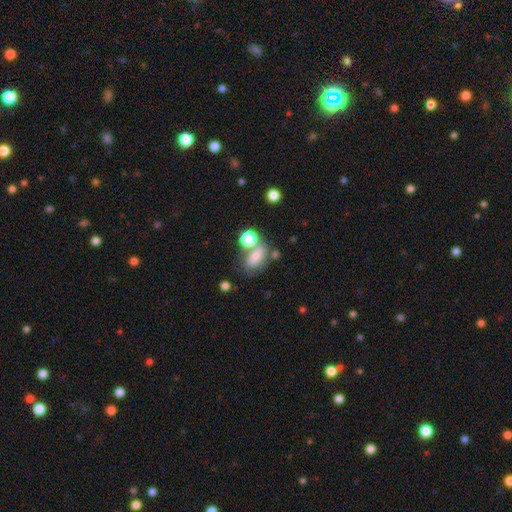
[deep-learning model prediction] smooth 70%, featured or disk 17%, star or artifact 13%. Down the decision tree: how rounded — in between (78%); merging — none (42%).